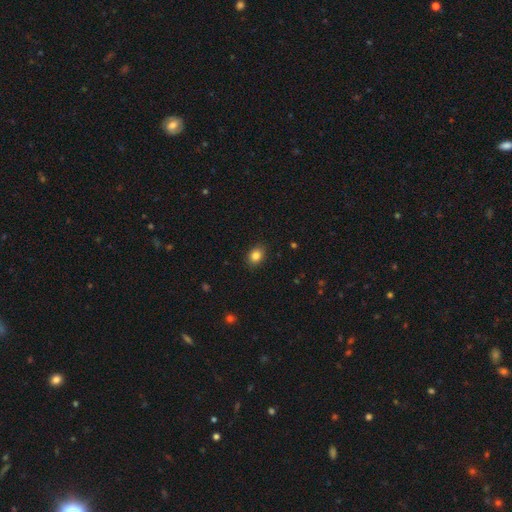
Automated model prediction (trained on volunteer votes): Overall: smooth (85%). How rounded: in between (65%; round 34%). Merging: none (88%).